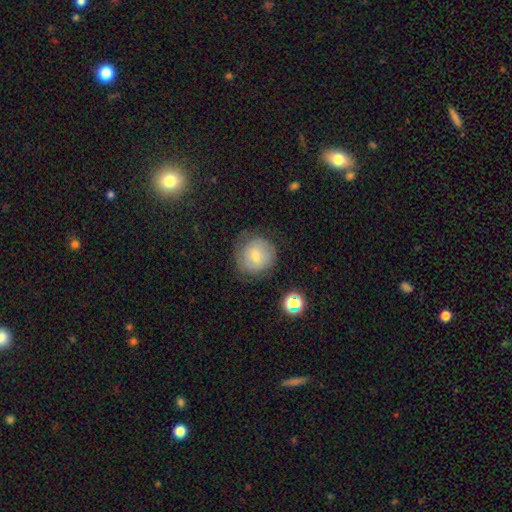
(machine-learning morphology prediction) smooth_or_featured: smooth (p=0.59) [alt: featured or disk p=0.29]
how_rounded: round (p=0.90) [alt: in between p=0.09]
merging: none (p=0.73) [alt: minor disturbance p=0.18]